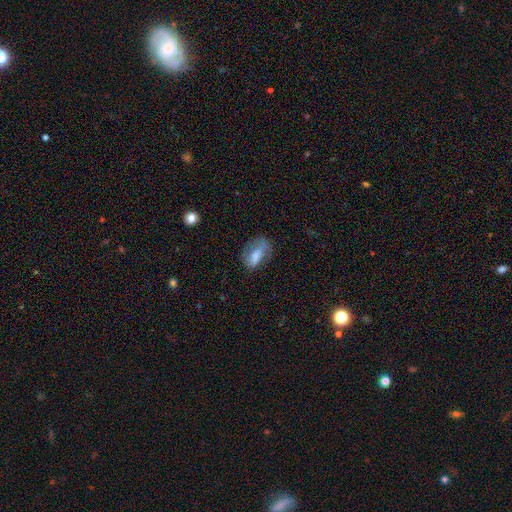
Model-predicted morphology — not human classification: smooth_or_featured: smooth (p=0.56) [alt: featured or disk p=0.34]
how_rounded: in between (p=0.84) [alt: round p=0.09]
merging: none (p=0.55) [alt: minor disturbance p=0.27]